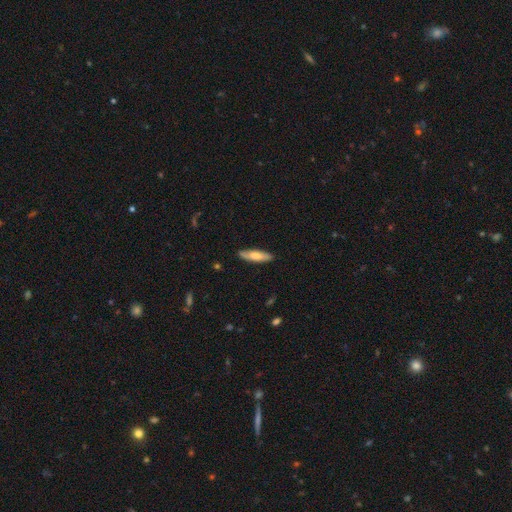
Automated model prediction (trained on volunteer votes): Smooth or featured?
  - smooth: 67% *
  - featured or disk: 28%
  - star or artifact: 5%
How rounded?
  - cigar-shaped: 67% *
  - in between: 31%
  - round: 2%
Merging?
  - none: 84% *
  - minor disturbance: 13%
  - major disturbance: 2%
  - merger: 1%